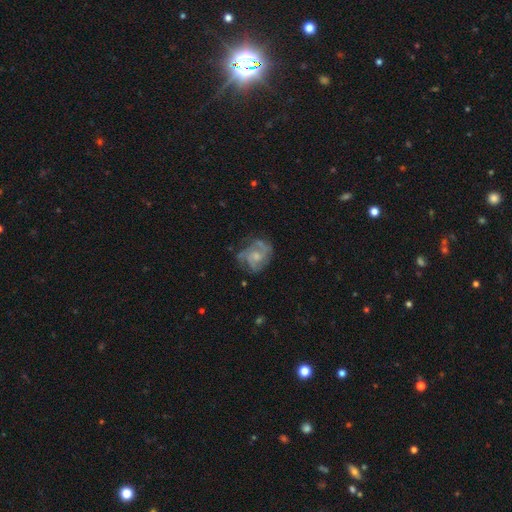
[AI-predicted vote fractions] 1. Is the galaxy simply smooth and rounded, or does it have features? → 80% featured or disk, 13% smooth, 6% star or artifact.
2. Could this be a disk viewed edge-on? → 98% no, 2% yes.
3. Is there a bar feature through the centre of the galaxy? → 65% no, 30% weak, 5% strong.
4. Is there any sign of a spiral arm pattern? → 93% yes, 7% no.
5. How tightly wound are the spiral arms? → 47% medium, 40% tight, 13% loose.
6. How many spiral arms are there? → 36% 3, 29% 2, 18% can't tell, 9% 4, 4% 1, 4% more than 4.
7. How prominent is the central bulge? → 47% small, 39% moderate, 10% none, 3% large, 1% dominant.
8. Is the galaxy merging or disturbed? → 65% none, 21% minor disturbance, 12% major disturbance, 2% merger.